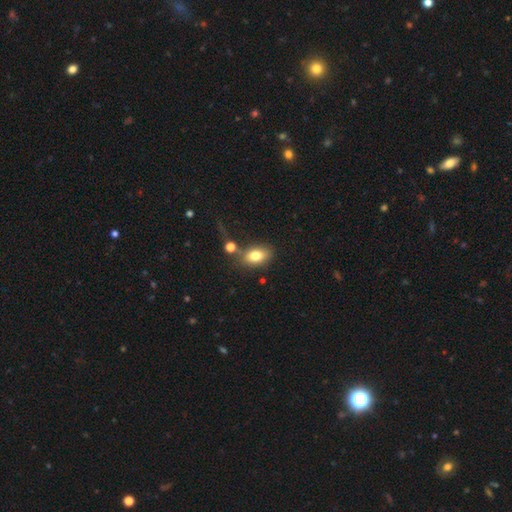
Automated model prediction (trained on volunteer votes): A smooth galaxy with no disk features (78%) that is in between round and cigar-shaped (84%). Merging: none (65%).